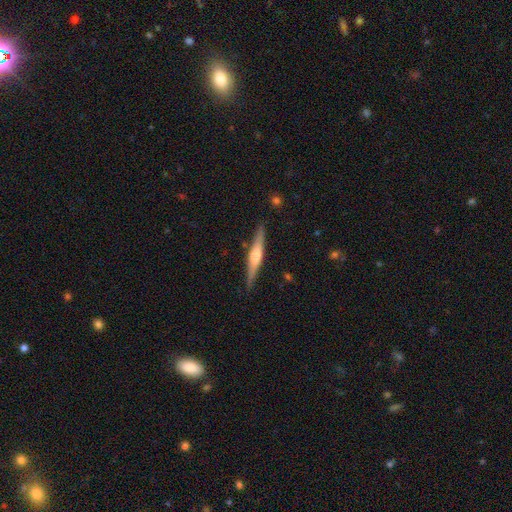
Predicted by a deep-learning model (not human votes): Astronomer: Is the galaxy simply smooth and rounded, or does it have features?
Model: featured or disk — 64%.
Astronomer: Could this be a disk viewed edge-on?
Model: yes — 97%.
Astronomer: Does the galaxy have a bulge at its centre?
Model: rounded — 81%.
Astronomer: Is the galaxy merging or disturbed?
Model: none — 87%.